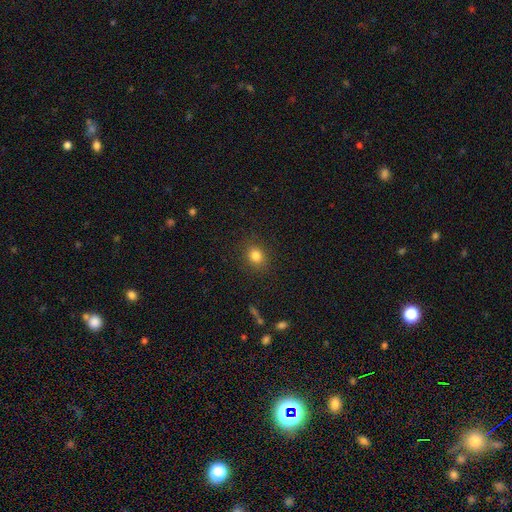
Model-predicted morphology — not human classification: A smooth galaxy with no disk features (83%) that is round (68%).

Vote fractions:
- Smooth or featured? smooth: 83% / star or artifact: 12% / featured or disk: 6%
- How rounded? round: 68% / in between: 31% / cigar-shaped: 1%
- Merging? none: 87% / minor disturbance: 9% / major disturbance: 3% / merger: 1%